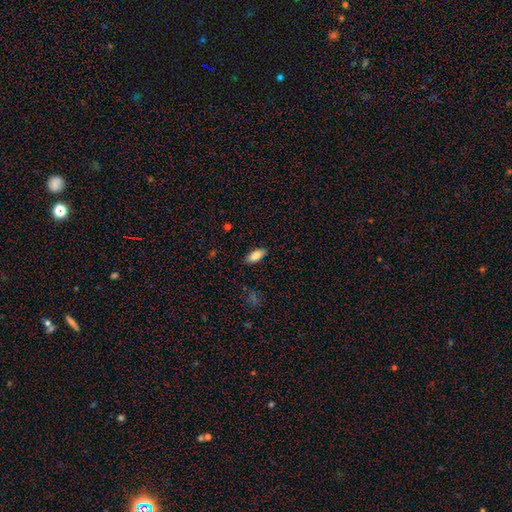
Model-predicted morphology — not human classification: A smooth galaxy with no disk features (86%) that is in between round and cigar-shaped (88%). Merging: none (87%).